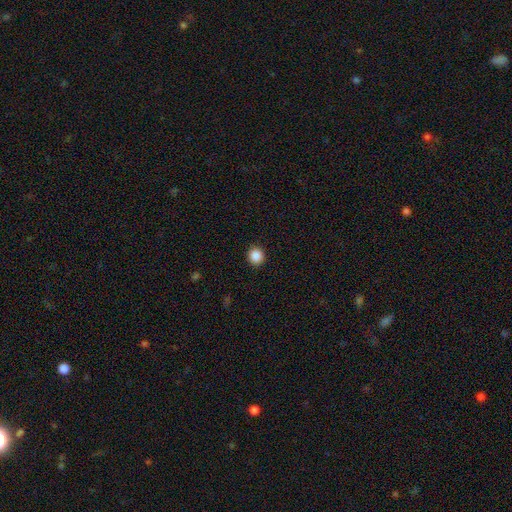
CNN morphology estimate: Smooth or featured: smooth — 87% (star or artifact — 10%)
How rounded: round — 88% (in between — 11%)
Merging: none — 93% (minor disturbance — 5%)